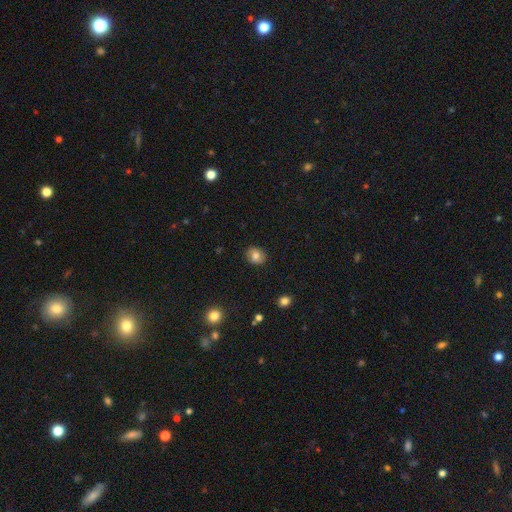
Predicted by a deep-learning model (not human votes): Morphology: type=smooth (79%); roundness=round (63%); merging=none (88%).